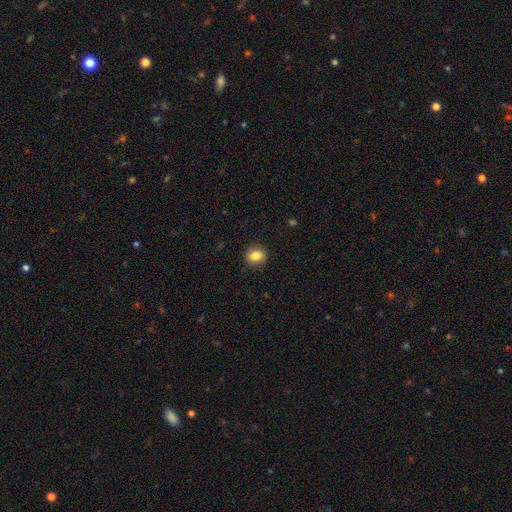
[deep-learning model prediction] smooth-or-featured: smooth: 84% | star or artifact: 9% | featured or disk: 7%
  how-rounded: round: 66% | in between: 33% | cigar-shaped: 1%
  merging: none: 89% | minor disturbance: 8% | major disturbance: 2% | merger: 1%